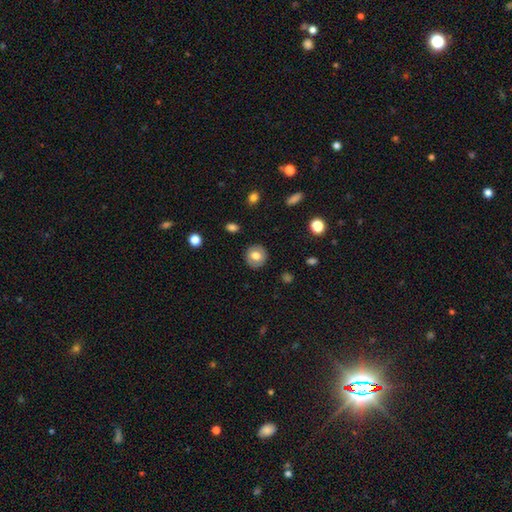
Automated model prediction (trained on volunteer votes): Overall: smooth (72%). How rounded: round (90%). Merging: none (89%).